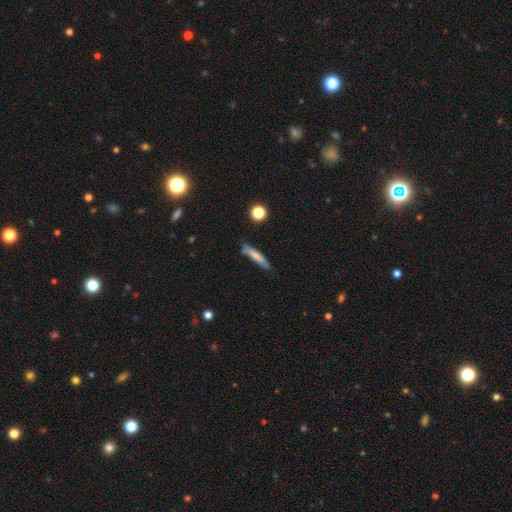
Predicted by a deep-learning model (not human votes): smooth 72%, featured or disk 21%, star or artifact 7%. Down the decision tree: how rounded — cigar-shaped (90%); merging — none (76%).